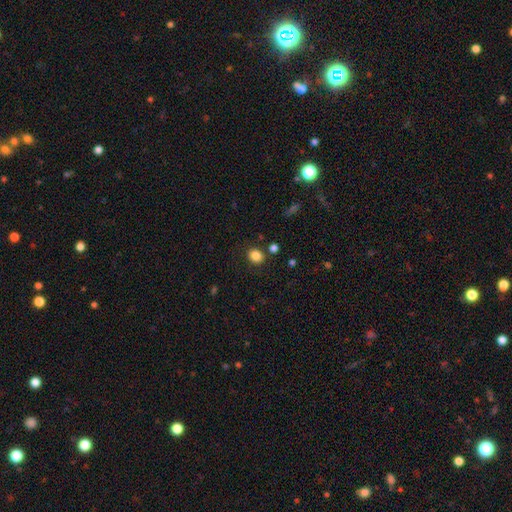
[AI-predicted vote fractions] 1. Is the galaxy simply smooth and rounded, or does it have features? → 84% smooth, 11% star or artifact, 5% featured or disk.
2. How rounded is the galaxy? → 69% round, 30% in between, 1% cigar-shaped.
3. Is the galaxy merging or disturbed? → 83% none, 9% minor disturbance, 5% merger, 3% major disturbance.